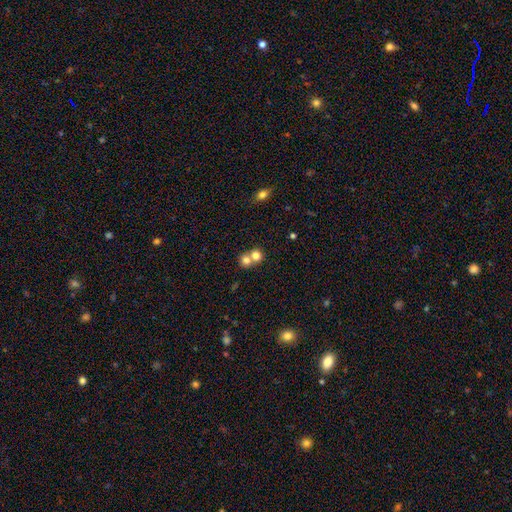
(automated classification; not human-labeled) Overall: smooth (76%). How rounded: round (81%). Merging: merger (60%; none 33%).